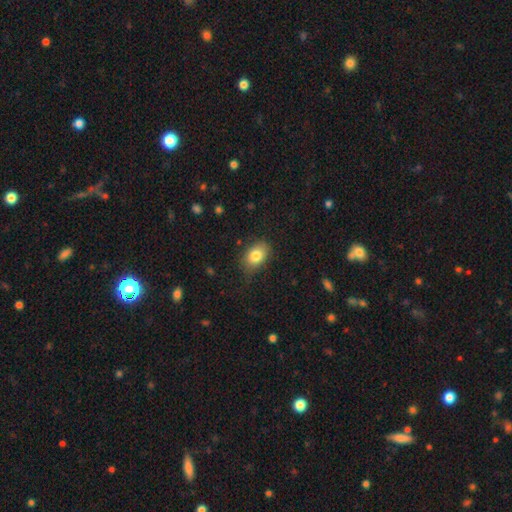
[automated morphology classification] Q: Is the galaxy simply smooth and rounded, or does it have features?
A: smooth — 82%.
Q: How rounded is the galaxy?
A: in between — 81%.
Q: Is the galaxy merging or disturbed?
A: none — 74%.